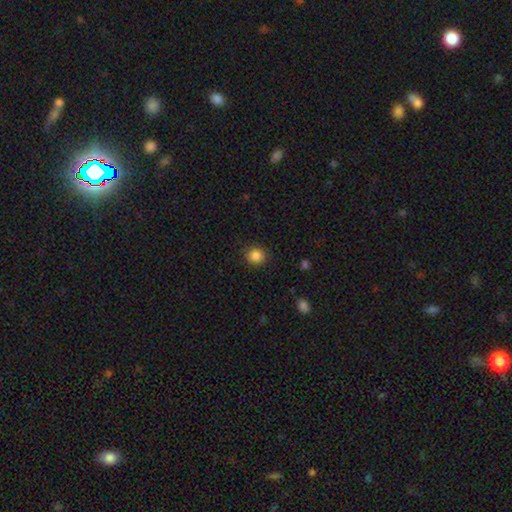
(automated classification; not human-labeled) Smooth or featured? smooth (86%)
How rounded? round (85%)
Merging? none (89%)